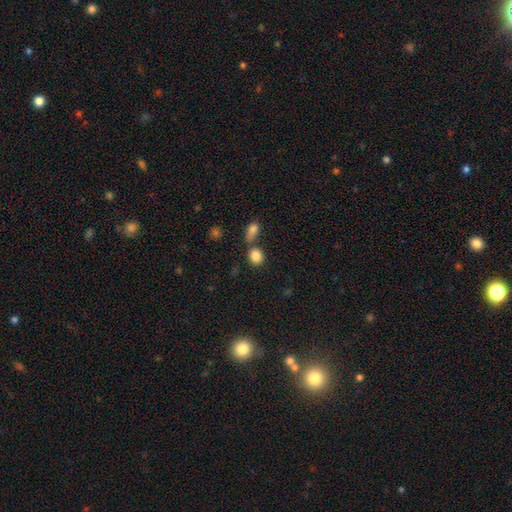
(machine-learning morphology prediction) Smooth or featured? smooth (85%)
How rounded? round (66%)
Merging? none (60%)